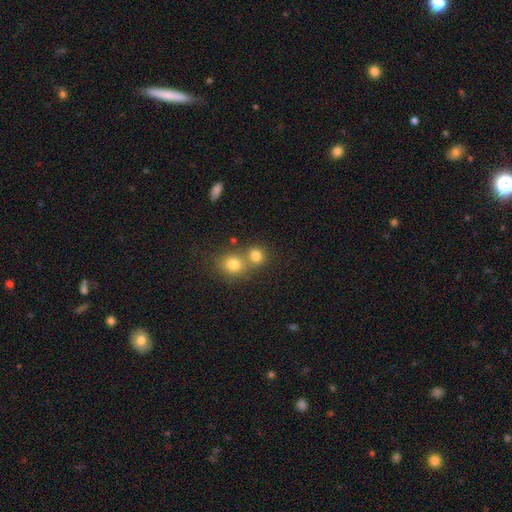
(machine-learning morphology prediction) The model was most divided on "merging": none: 49%, merger: 42%, minor disturbance: 6%, major disturbance: 3%. More confident: how rounded — round (82%); smooth or featured — smooth (80%).